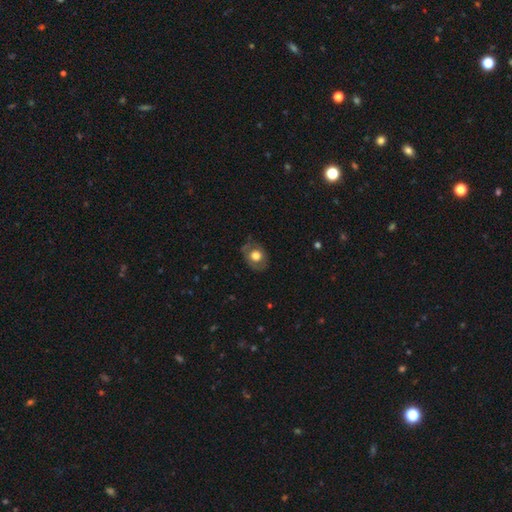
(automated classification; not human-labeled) Smooth or featured?
  - smooth: 60% *
  - featured or disk: 32%
  - star or artifact: 8%
How rounded?
  - round: 52% *
  - in between: 47%
  - cigar-shaped: 1%
Merging?
  - none: 73% *
  - minor disturbance: 19%
  - major disturbance: 7%
  - merger: 1%